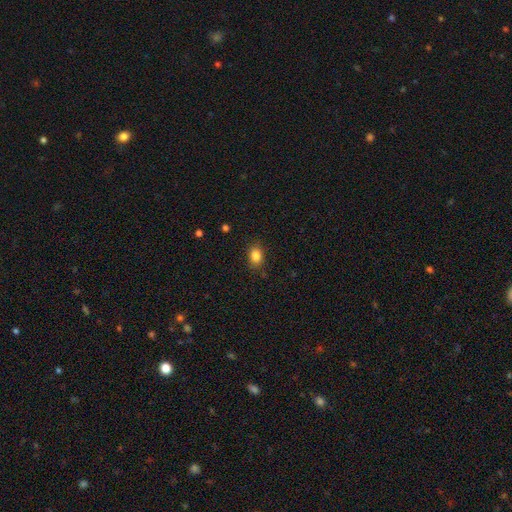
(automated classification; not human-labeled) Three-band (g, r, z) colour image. It shows a smooth galaxy with no disk features (85%) that is in between round and cigar-shaped (67%). Merging: none (84%).